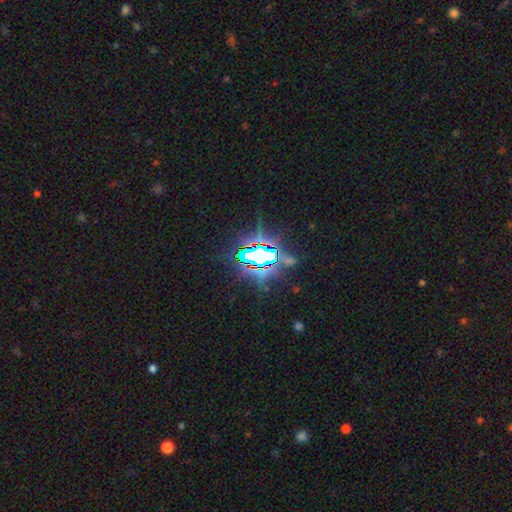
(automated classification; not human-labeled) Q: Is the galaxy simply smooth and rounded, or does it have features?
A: star or artifact — 78%.